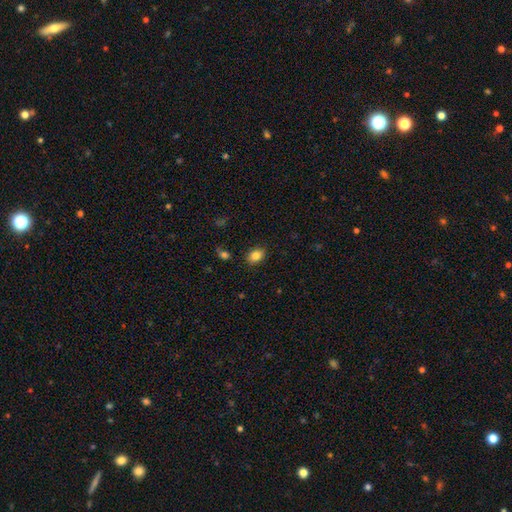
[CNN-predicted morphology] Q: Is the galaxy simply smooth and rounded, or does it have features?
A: smooth — 85%.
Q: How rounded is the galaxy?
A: in between — 75%.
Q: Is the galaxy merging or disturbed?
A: none — 86%.